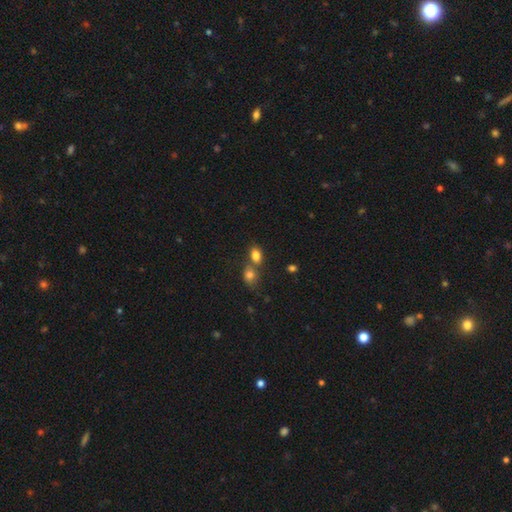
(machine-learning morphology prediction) Smooth or featured? smooth (81%)
How rounded? in between (77%)
Merging? merger (46%)